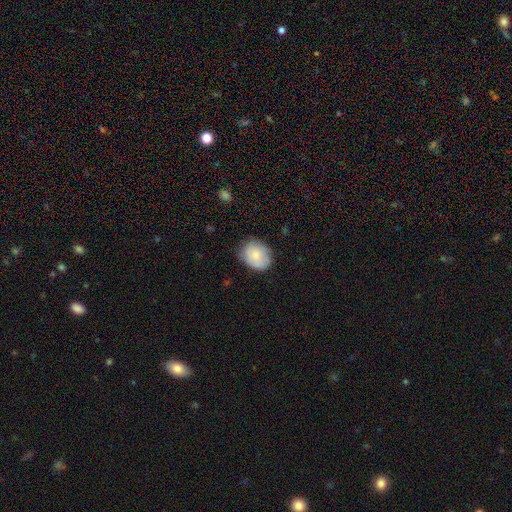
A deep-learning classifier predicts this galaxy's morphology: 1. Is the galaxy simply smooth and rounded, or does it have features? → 79% smooth, 14% featured or disk, 7% star or artifact.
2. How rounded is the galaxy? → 53% round, 46% in between, 1% cigar-shaped.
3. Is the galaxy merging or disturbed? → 77% none, 19% minor disturbance, 4% major disturbance, 1% merger.